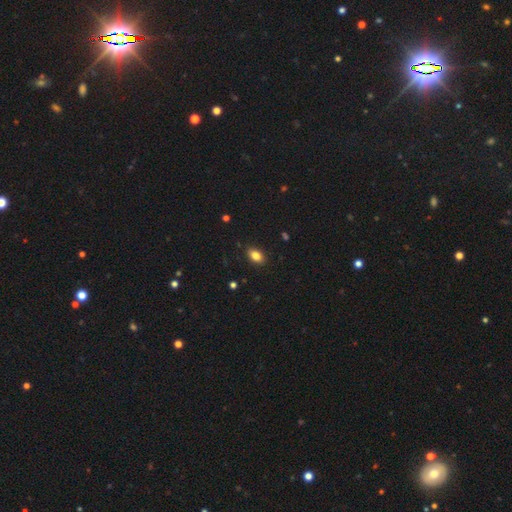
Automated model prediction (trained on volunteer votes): A smooth galaxy with no disk features (84%) that is in between round and cigar-shaped (87%).

Vote fractions:
- Smooth or featured? smooth: 84% / star or artifact: 9% / featured or disk: 7%
- How rounded? in between: 87% / round: 11% / cigar-shaped: 2%
- Merging? none: 88% / minor disturbance: 9% / major disturbance: 2% / merger: 1%